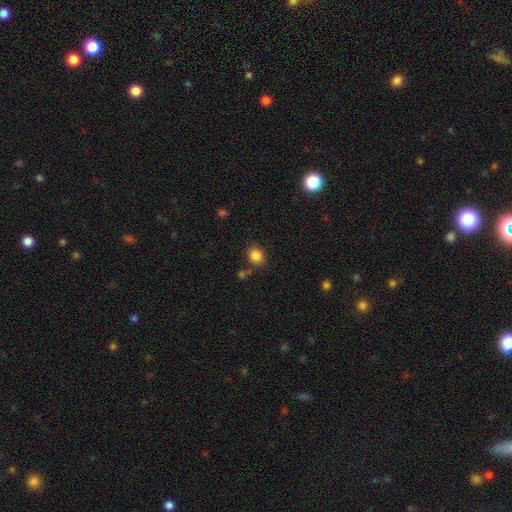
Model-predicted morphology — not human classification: smooth-or-featured: smooth: 85% | star or artifact: 11% | featured or disk: 5%
  how-rounded: round: 69% | in between: 30% | cigar-shaped: 1%
  merging: none: 81% | minor disturbance: 11% | merger: 5% | major disturbance: 3%